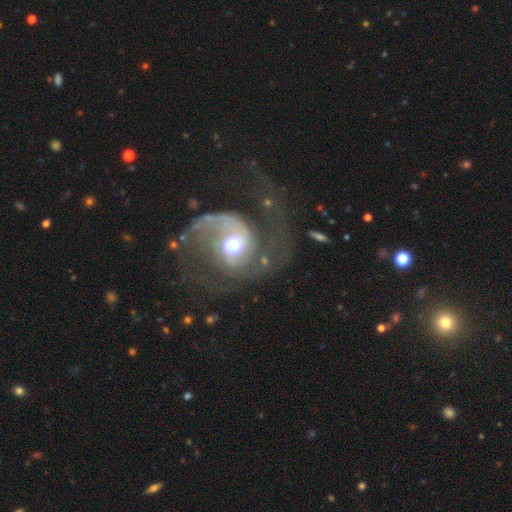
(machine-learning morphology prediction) A featured or disk galaxy (85%) with no bar (55%), 2 (77%) medium (49%) spiral arms (95%) and a moderate central bulge (64%).

Vote fractions:
- Smooth or featured? featured or disk: 85% / smooth: 8% / star or artifact: 7%
- Edge-on disk? no: 98% / yes: 2%
- Bar? no: 55% / weak: 33% / strong: 12%
- Spiral arms? yes: 95% / no: 5%
- Spiral winding? medium: 49% / loose: 35% / tight: 16%
- Spiral arm count? 2: 77% / 1: 12% / can't tell: 5% / 3: 3% / 4: 2% / more than 4: 2%
- Bulge size? moderate: 64% / large: 20% / small: 13% / dominant: 2% / none: 1%
- Merging? none: 52% / major disturbance: 28% / minor disturbance: 16% / merger: 3%